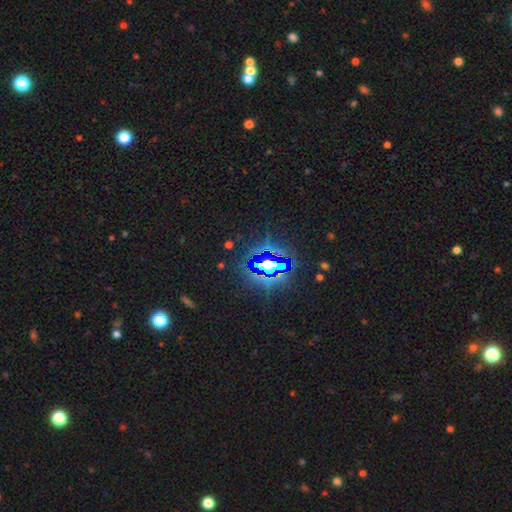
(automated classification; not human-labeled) Morphology: type=star or artifact (81%).